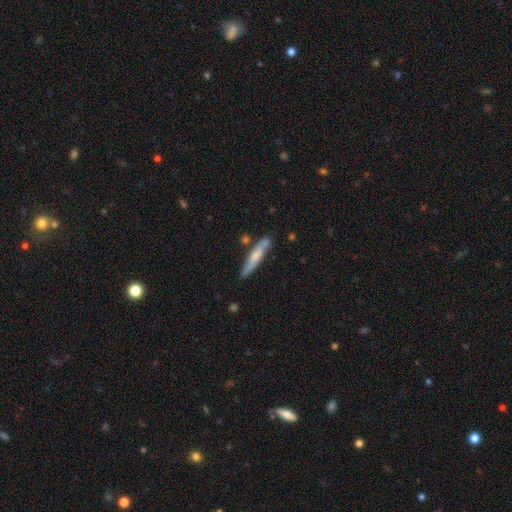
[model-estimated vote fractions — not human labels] smooth 59%, featured or disk 36%, star or artifact 5%. Down the decision tree: how rounded — cigar-shaped (90%); merging — none (71%).